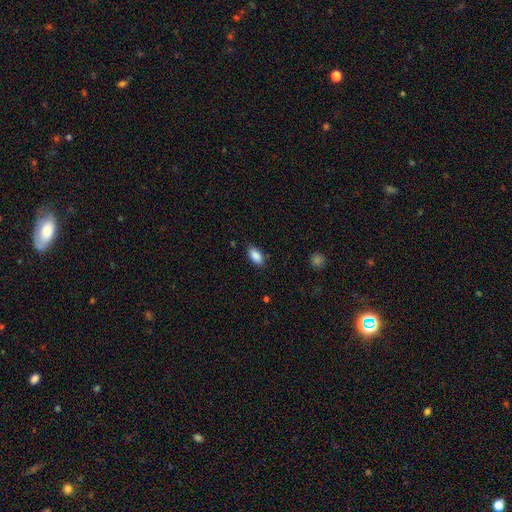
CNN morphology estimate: This is clearly a smooth galaxy (89%). How rounded: clearly in between (91%). Merging: clearly none (83%).